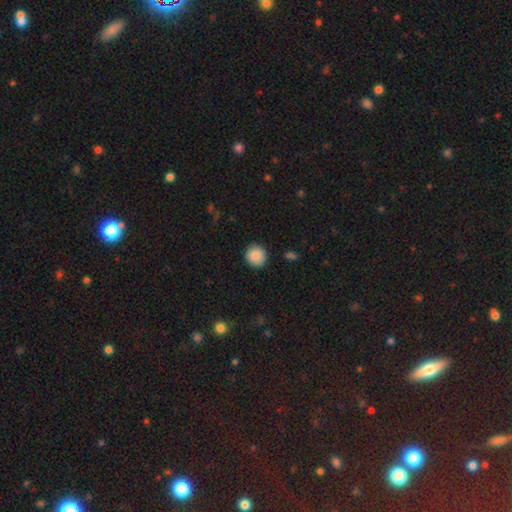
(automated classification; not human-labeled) This is clearly a smooth galaxy (87%). How rounded: clearly round (91%). Merging: clearly none (90%).